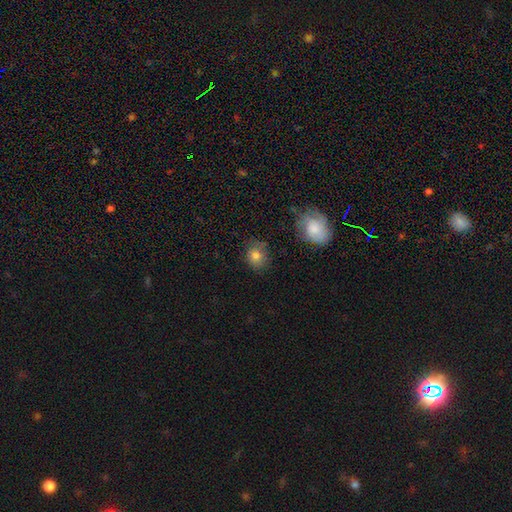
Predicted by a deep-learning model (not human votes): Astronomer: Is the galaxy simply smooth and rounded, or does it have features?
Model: smooth — 79%.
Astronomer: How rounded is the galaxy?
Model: round — 69%.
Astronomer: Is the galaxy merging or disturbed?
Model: none — 74%.